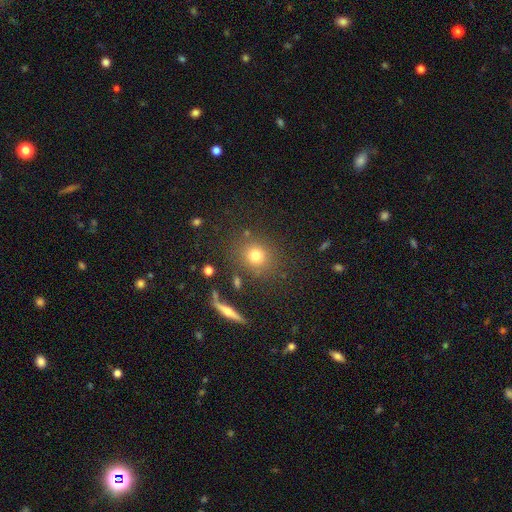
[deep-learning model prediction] smooth-or-featured: smooth: 74% | star or artifact: 16% | featured or disk: 11%
  how-rounded: round: 82% | in between: 16% | cigar-shaped: 2%
  merging: none: 81% | minor disturbance: 10% | merger: 5% | major disturbance: 4%